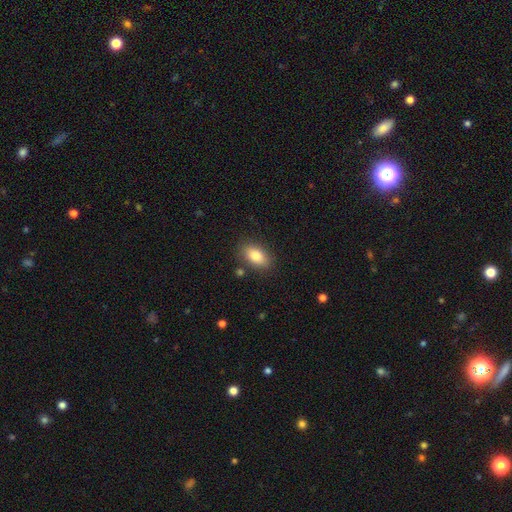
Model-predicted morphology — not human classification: Smooth or featured? Predicted: smooth (p=0.82). How rounded? Predicted: in between (p=0.89). Merging? Predicted: none (p=0.84).